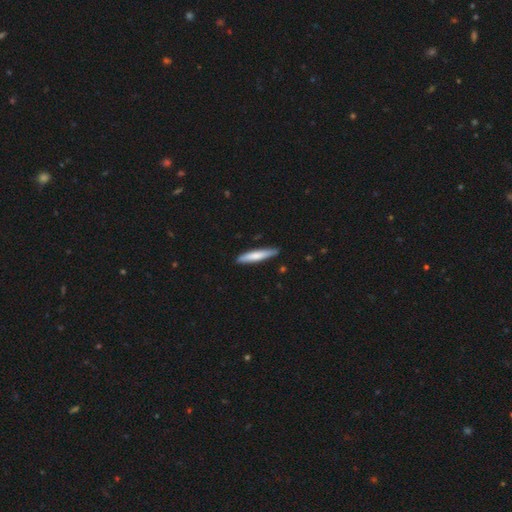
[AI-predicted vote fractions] The model was most divided on "smooth or featured": smooth: 73%, featured or disk: 22%, star or artifact: 5%. More confident: how rounded — cigar-shaped (90%); merging — none (86%).